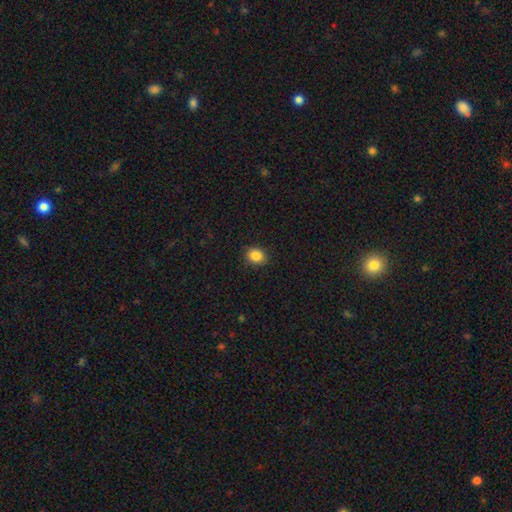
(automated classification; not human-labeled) The model was most divided on "how rounded": round: 60%, in between: 39%, cigar-shaped: 1%. More confident: merging — none (89%); smooth or featured — smooth (86%).